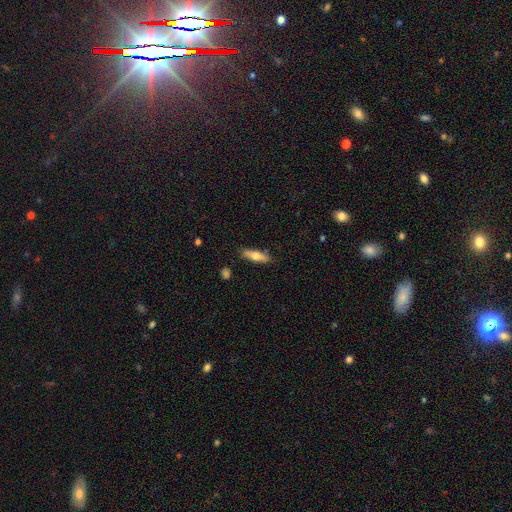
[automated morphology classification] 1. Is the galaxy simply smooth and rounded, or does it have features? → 61% smooth, 33% featured or disk, 6% star or artifact.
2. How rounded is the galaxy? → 58% cigar-shaped, 39% in between, 2% round.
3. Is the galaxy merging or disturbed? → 84% none, 12% minor disturbance, 2% major disturbance, 2% merger.